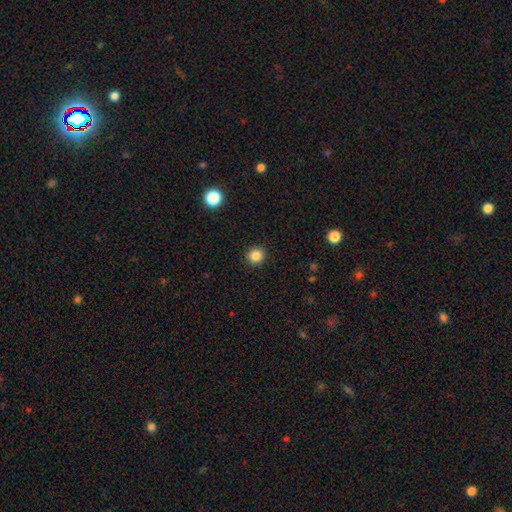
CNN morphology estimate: type=smooth (85%); roundness=round (93%); merging=none (92%).